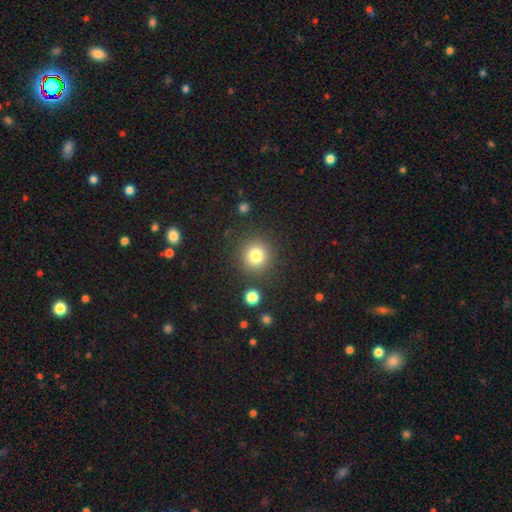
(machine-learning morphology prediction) Smooth or featured? smooth (80%)
How rounded? round (92%)
Merging? none (87%)